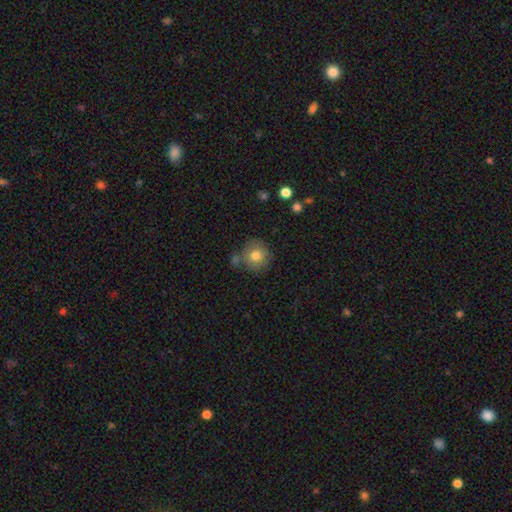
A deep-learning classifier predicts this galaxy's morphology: Overall: smooth (79%). How rounded: round (92%). Merging: none (73%).